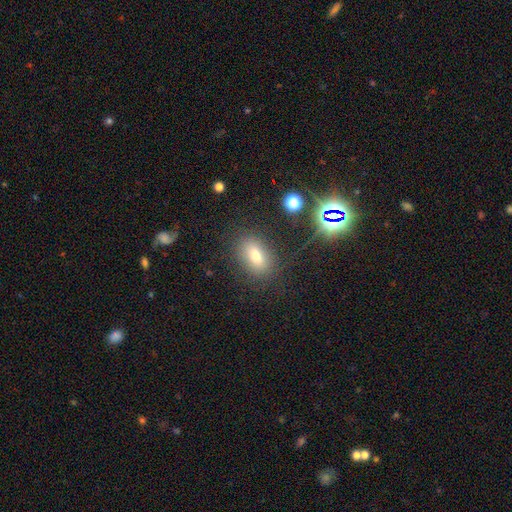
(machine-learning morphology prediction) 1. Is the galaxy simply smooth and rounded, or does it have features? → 69% smooth, 16% star or artifact, 14% featured or disk.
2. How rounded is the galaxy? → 79% in between, 16% round, 4% cigar-shaped.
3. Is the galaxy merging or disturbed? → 82% none, 11% minor disturbance, 5% major disturbance, 2% merger.